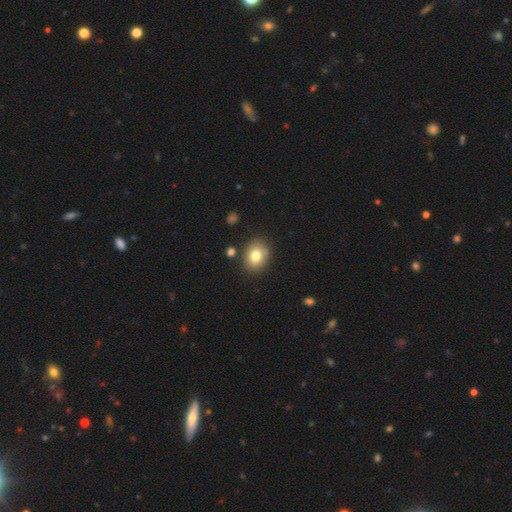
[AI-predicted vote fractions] Smooth or featured: smooth — 79% (featured or disk — 12%)
How rounded: in between — 55% (round — 44%)
Merging: none — 82% (minor disturbance — 11%)